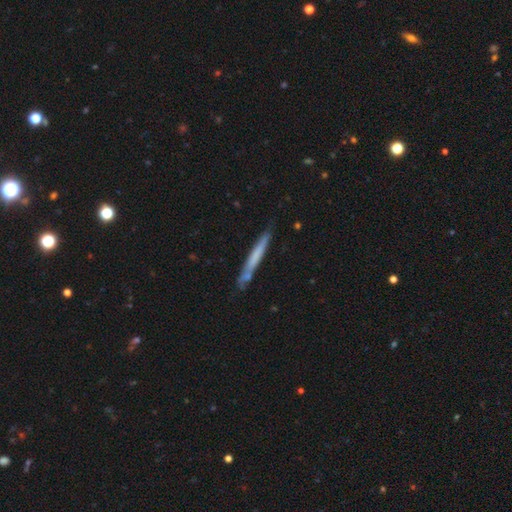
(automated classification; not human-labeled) A smooth galaxy with no disk features (55%) that is cigar-shaped (97%).

Vote fractions:
- Smooth or featured? smooth: 55% / featured or disk: 39% / star or artifact: 6%
- How rounded? cigar-shaped: 97% / in between: 2% / round: 1%
- Merging? none: 78% / minor disturbance: 14% / merger: 5% / major disturbance: 3%